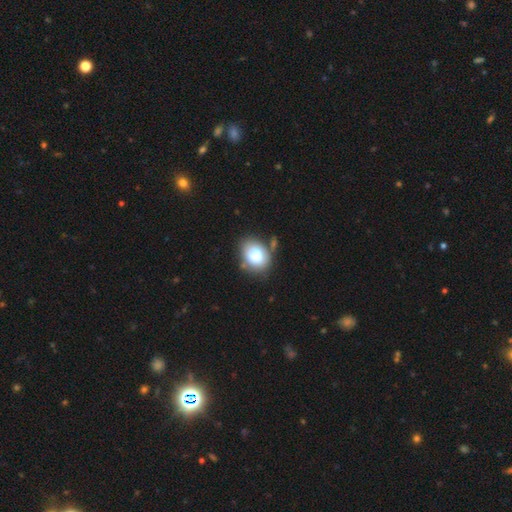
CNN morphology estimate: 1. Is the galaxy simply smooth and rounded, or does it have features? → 78% smooth, 14% featured or disk, 8% star or artifact.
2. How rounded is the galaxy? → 61% in between, 38% round, 1% cigar-shaped.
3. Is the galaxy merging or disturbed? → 56% none, 23% minor disturbance, 13% merger, 8% major disturbance.